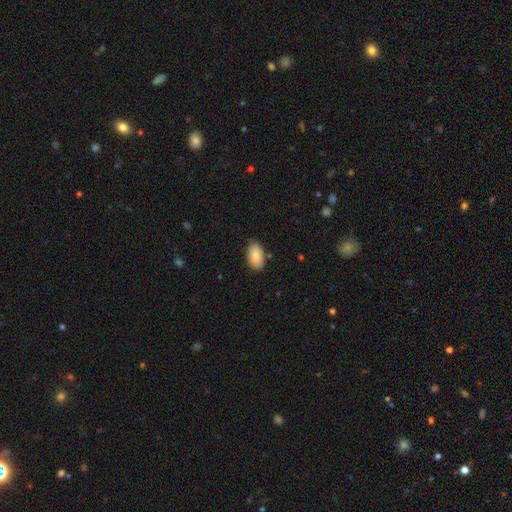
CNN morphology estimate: This is clearly a smooth galaxy (86%). How rounded: clearly in between (94%). Merging: clearly none (81%).